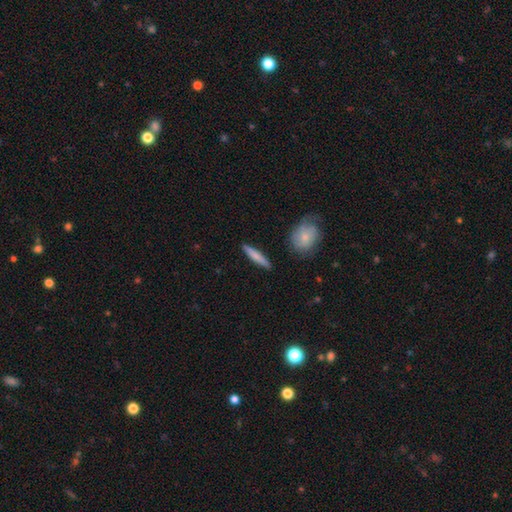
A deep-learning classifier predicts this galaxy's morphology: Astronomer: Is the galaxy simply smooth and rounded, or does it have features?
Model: smooth — 73%.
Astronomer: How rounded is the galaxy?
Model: cigar-shaped — 88%.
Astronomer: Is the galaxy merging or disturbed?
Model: none — 89%.